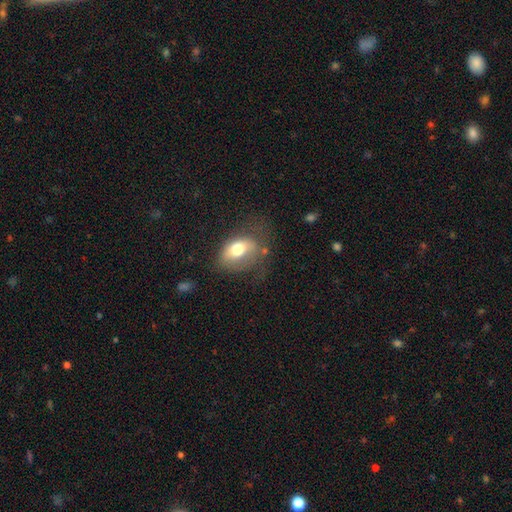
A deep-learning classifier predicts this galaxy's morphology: A smooth galaxy with no disk features (60%) that is in between round and cigar-shaped (76%). Merging: none (43%).